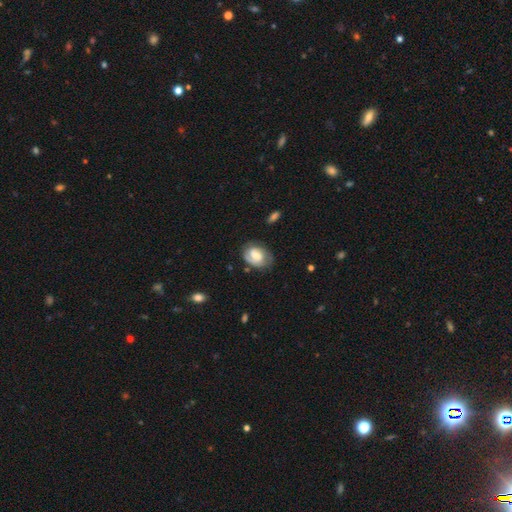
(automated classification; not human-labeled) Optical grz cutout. It shows a featured or disk galaxy (48%). Merging: none (61%).